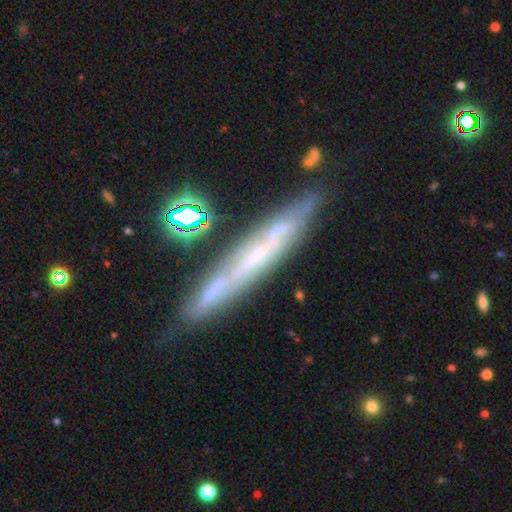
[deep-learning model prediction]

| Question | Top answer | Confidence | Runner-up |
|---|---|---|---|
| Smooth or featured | featured or disk | 65% | smooth (26%) |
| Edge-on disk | yes | 81% | no (19%) |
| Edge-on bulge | none | 81% | rounded (12%) |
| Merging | none | 76% | minor disturbance (16%) |